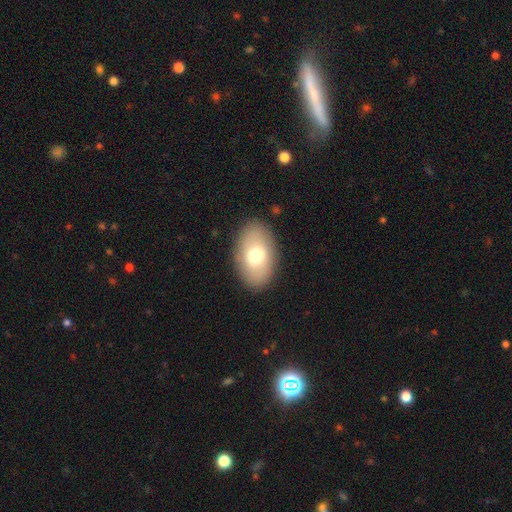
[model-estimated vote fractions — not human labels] smooth-or-featured: smooth: 69% | featured or disk: 23% | star or artifact: 8%
  how-rounded: in between: 89% | round: 10% | cigar-shaped: 1%
  merging: none: 87% | minor disturbance: 9% | major disturbance: 3% | merger: 1%